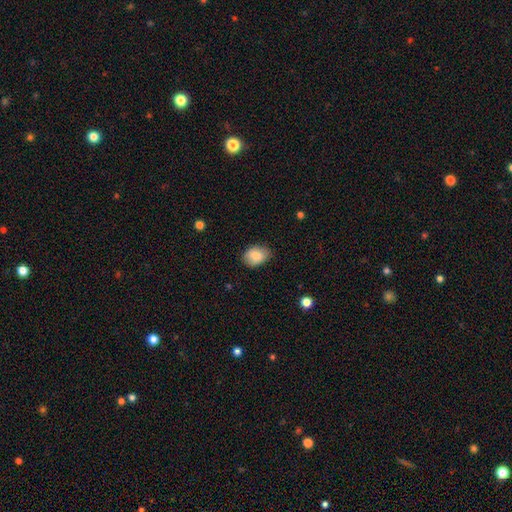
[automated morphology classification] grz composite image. It shows a smooth galaxy with no disk features (82%) that is in between round and cigar-shaped (74%). Merging: none (77%).